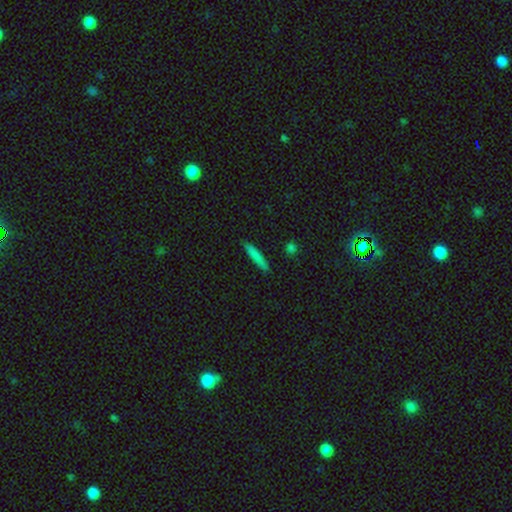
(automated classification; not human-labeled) Morphology: type=smooth (81%); roundness=cigar-shaped (91%); merging=none (88%).